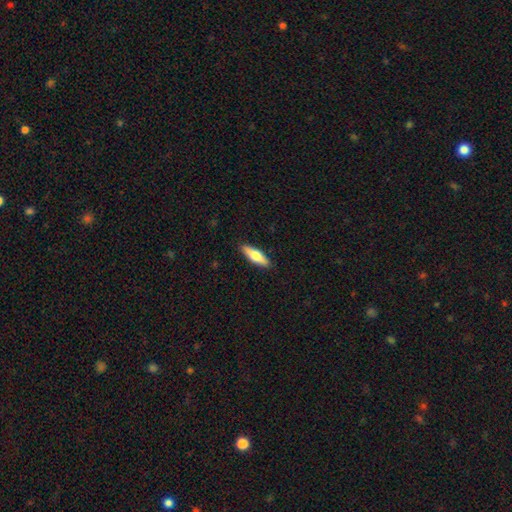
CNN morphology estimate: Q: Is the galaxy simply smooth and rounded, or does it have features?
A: smooth — 63%.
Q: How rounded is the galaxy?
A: cigar-shaped — 50%.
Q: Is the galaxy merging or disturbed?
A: none — 90%.